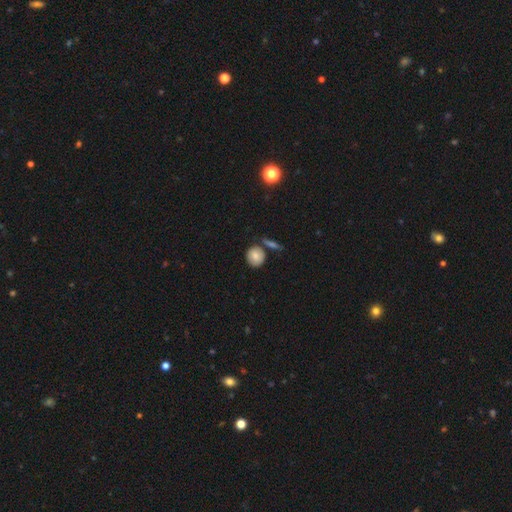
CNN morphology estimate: Smooth or featured? Predicted: smooth (p=0.82). How rounded? Predicted: round (p=0.83). Merging? Predicted: none (p=0.73).